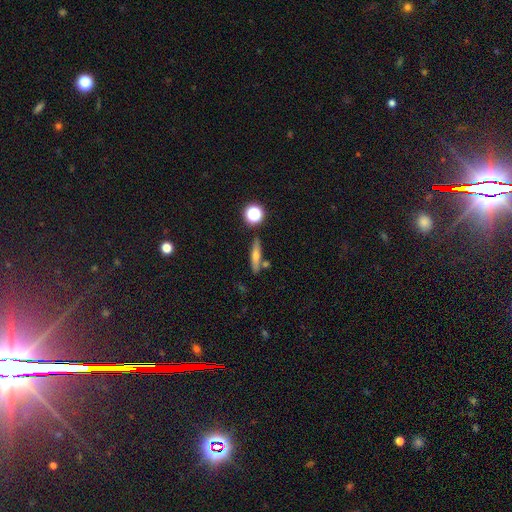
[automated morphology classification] Smooth or featured? Predicted: smooth (p=0.47). Merging? Predicted: none (p=0.80).